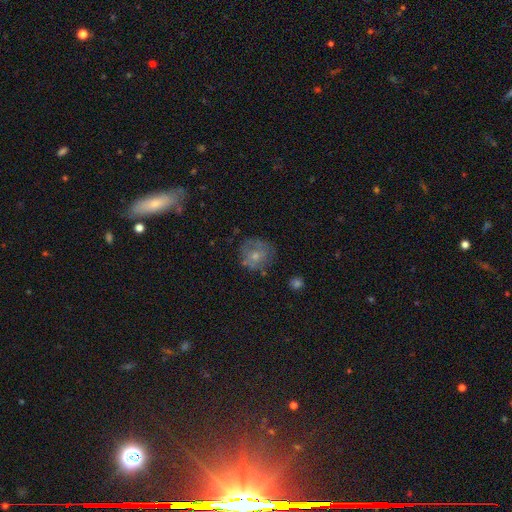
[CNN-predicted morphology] smooth-or-featured: smooth: 61% | featured or disk: 30% | star or artifact: 9%
  how-rounded: round: 85% | in between: 14% | cigar-shaped: 1%
  merging: none: 64% | minor disturbance: 22% | major disturbance: 10% | merger: 3%